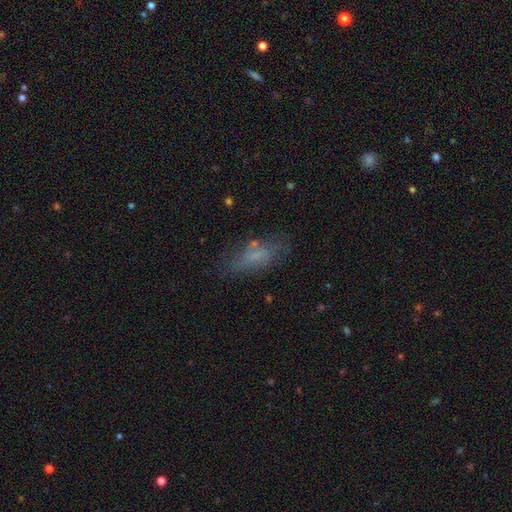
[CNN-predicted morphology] Smooth or featured: smooth — 56% (featured or disk — 31%)
How rounded: in between — 68% (cigar-shaped — 29%)
Merging: none — 62% (minor disturbance — 22%)